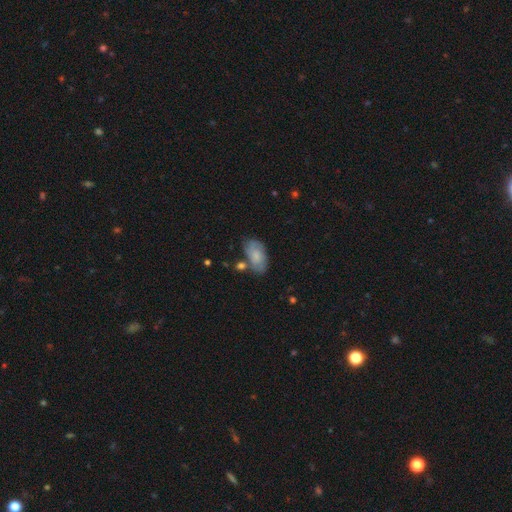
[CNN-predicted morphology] Smooth or featured?
  - smooth: 66% *
  - featured or disk: 26%
  - star or artifact: 7%
How rounded?
  - in between: 93% *
  - round: 5%
  - cigar-shaped: 2%
Merging?
  - none: 55% *
  - minor disturbance: 25%
  - merger: 13%
  - major disturbance: 8%